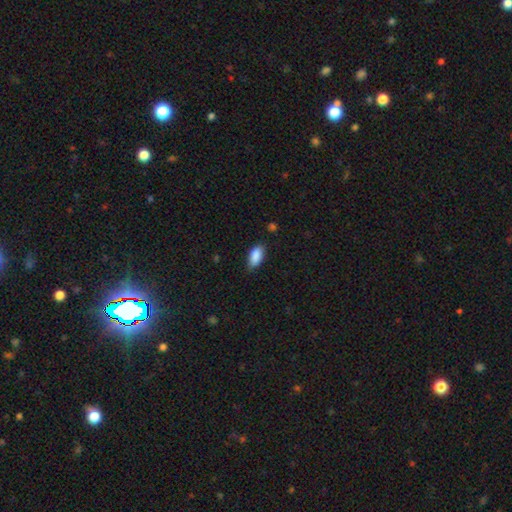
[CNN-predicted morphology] smooth 89%, star or artifact 7%, featured or disk 5%. Down the decision tree: how rounded — in between (91%); merging — none (78%).